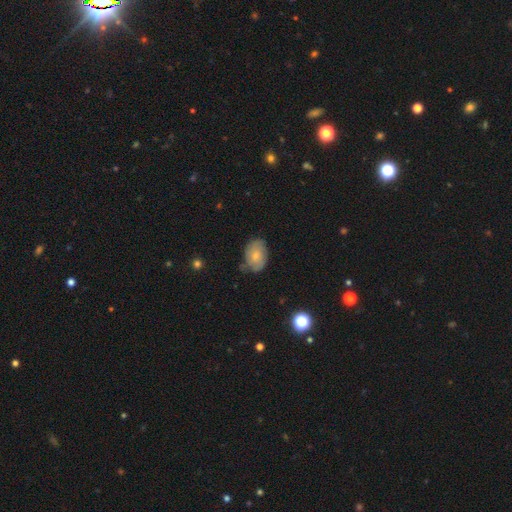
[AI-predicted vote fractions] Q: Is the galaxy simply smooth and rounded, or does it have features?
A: smooth — 57%.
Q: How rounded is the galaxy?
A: in between — 77%.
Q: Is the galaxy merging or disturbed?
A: none — 60%.